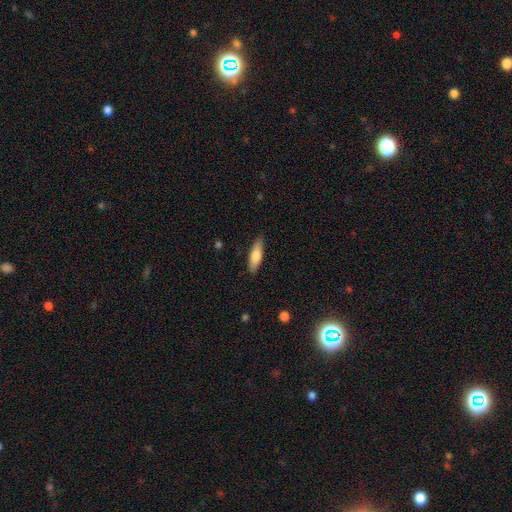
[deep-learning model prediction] Smooth or featured?
  - smooth: 71% *
  - featured or disk: 23%
  - star or artifact: 6%
How rounded?
  - cigar-shaped: 57% *
  - in between: 41%
  - round: 2%
Merging?
  - none: 87% *
  - minor disturbance: 10%
  - major disturbance: 2%
  - merger: 1%